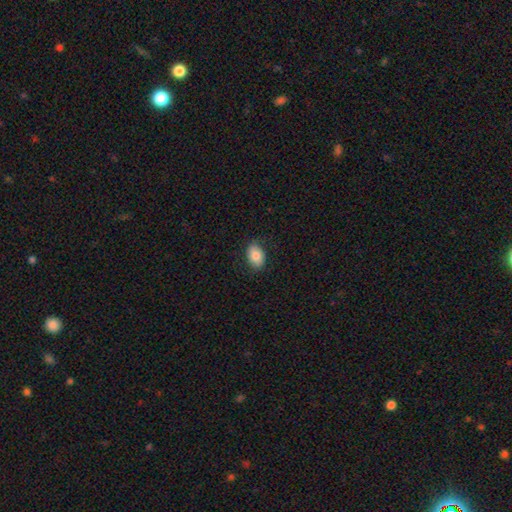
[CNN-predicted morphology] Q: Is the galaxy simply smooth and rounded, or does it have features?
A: smooth — 83%.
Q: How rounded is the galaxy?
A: in between — 84%.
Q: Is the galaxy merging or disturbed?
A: none — 82%.